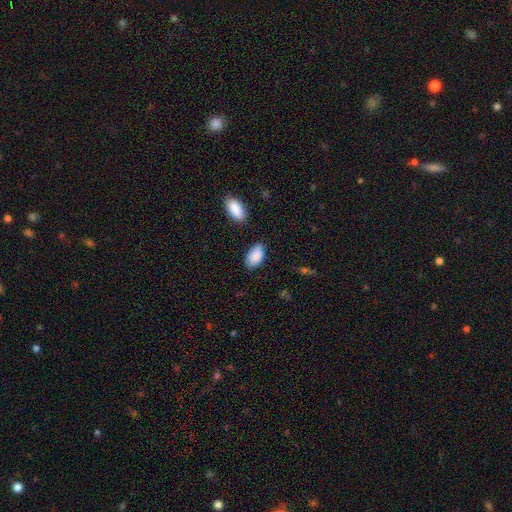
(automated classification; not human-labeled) smooth_or_featured: smooth (p=0.89) [alt: star or artifact p=0.06]
how_rounded: in between (p=0.95) [alt: round p=0.03]
merging: none (p=0.74) [alt: minor disturbance p=0.18]